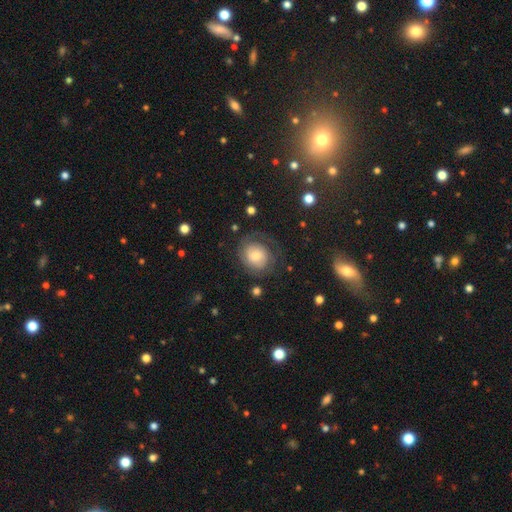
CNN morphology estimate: smooth_or_featured: featured or disk (p=0.50) [alt: smooth p=0.41]
merging: none (p=0.62) [alt: minor disturbance p=0.18]